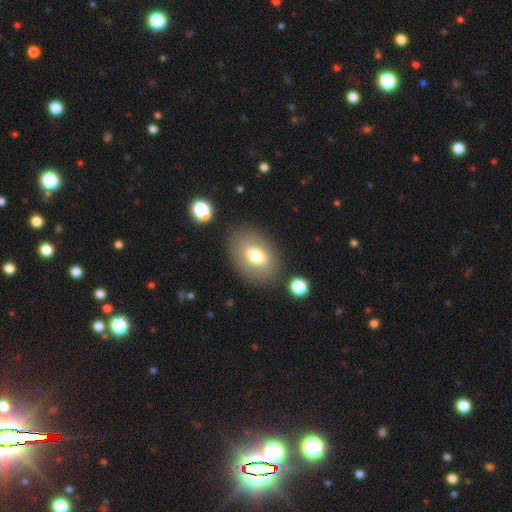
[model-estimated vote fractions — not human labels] Morphology: type=smooth (71%); roundness=in between (79%); merging=none (79%).